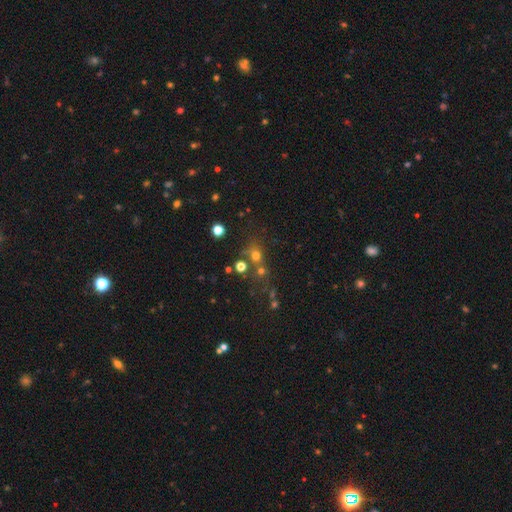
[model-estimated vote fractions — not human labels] smooth 60%, star or artifact 27%, featured or disk 12%. Down the decision tree: how rounded — round (79%); merging — none (57%).